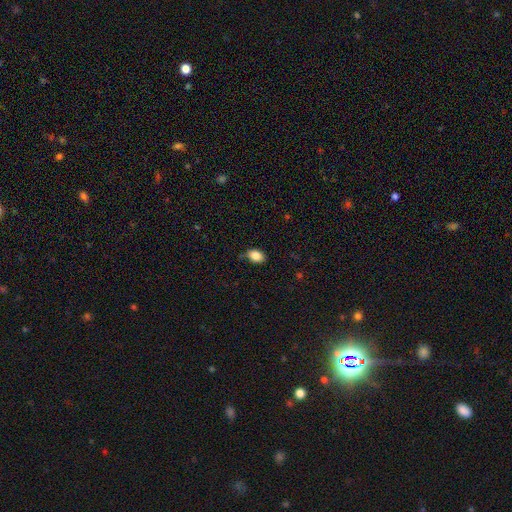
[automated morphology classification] Smooth or featured: smooth — 84% (star or artifact — 9%)
How rounded: in between — 80% (round — 19%)
Merging: none — 68% (minor disturbance — 26%)